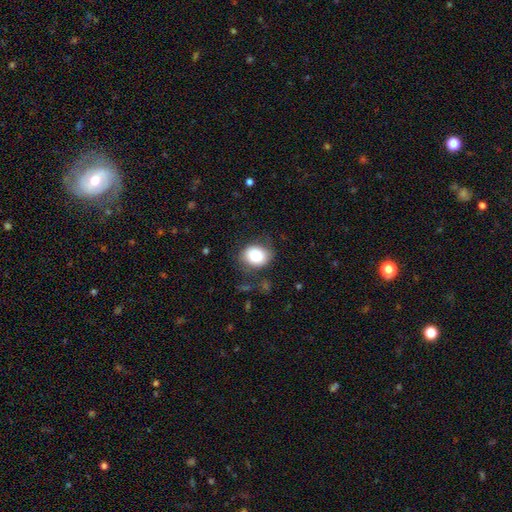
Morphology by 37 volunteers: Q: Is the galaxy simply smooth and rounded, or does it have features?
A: smooth — 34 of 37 (92%).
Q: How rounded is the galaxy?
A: round — 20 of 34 (59%).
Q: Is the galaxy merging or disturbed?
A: none — 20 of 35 (57%).